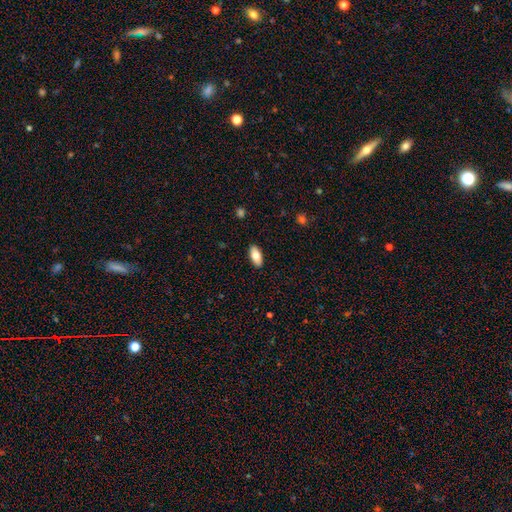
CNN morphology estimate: A smooth galaxy with no disk features (77%) that is in between round and cigar-shaped (88%). Merging: none (90%).